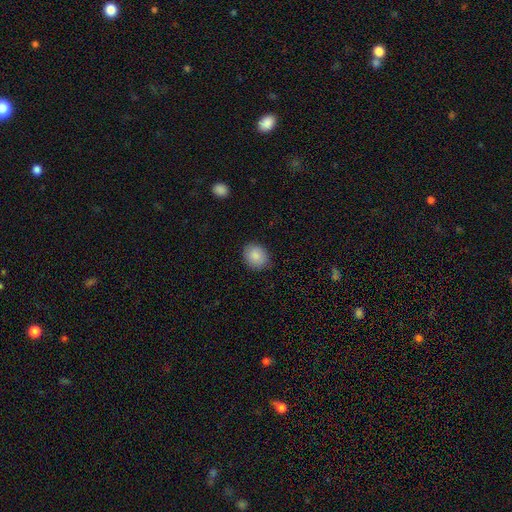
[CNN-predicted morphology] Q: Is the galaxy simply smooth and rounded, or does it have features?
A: smooth — 87%.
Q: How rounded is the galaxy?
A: round — 63%.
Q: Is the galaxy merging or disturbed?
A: none — 85%.